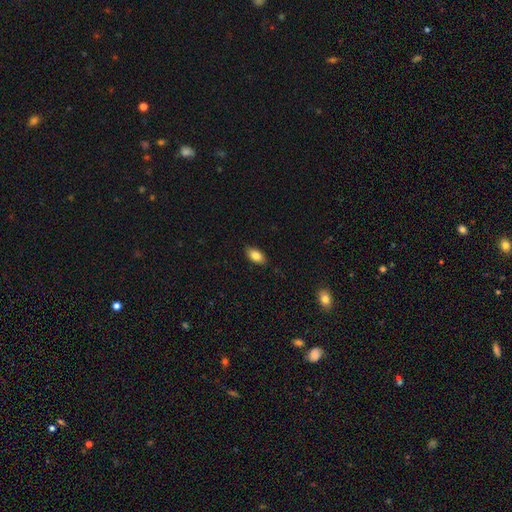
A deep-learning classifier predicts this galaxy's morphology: smooth_or_featured: smooth (p=0.85) [alt: featured or disk p=0.08]
how_rounded: in between (p=0.91) [alt: cigar-shaped p=0.05]
merging: none (p=0.87) [alt: minor disturbance p=0.10]